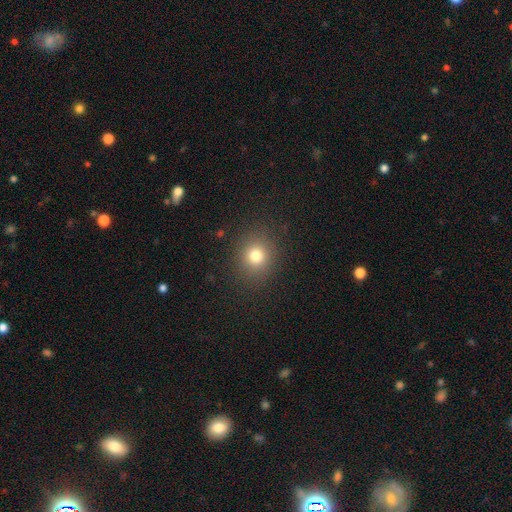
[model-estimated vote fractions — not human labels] This is likely a smooth galaxy (78%). How rounded: clearly round (82%). Merging: clearly none (88%).